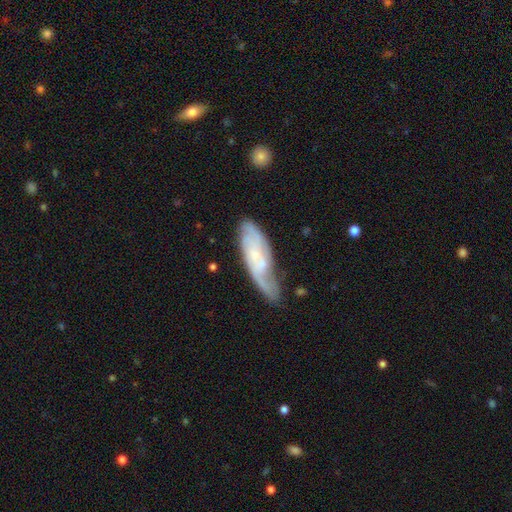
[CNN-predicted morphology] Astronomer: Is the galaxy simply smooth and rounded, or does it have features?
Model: featured or disk — 70%.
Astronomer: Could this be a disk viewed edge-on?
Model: no — 83%.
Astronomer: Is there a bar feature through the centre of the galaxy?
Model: no — 62%.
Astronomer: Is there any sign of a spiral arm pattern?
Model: yes — 90%.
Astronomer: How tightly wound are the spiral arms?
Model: medium — 42% (runner-up: tight, 41%).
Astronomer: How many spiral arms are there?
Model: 2 — 43% (runner-up: can't tell, 33%).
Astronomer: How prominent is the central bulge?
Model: small — 65%.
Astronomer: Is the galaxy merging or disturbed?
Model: none — 57%.